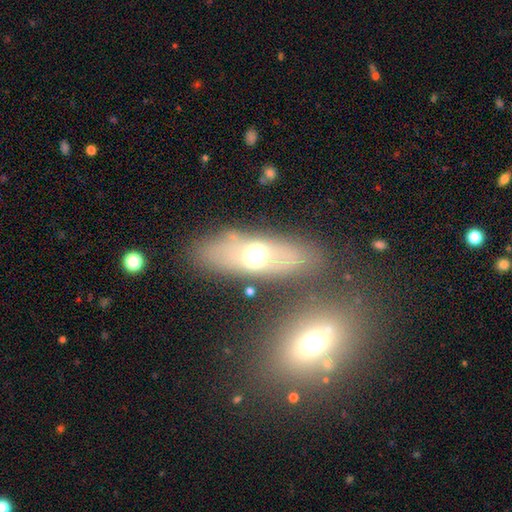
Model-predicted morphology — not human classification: Q: Smooth or featured?
A: smooth (50%); runner-up: featured or disk (39%)
Q: How rounded?
A: in between (68%); runner-up: cigar-shaped (27%)
Q: Merging?
A: none (72%); runner-up: minor disturbance (13%)